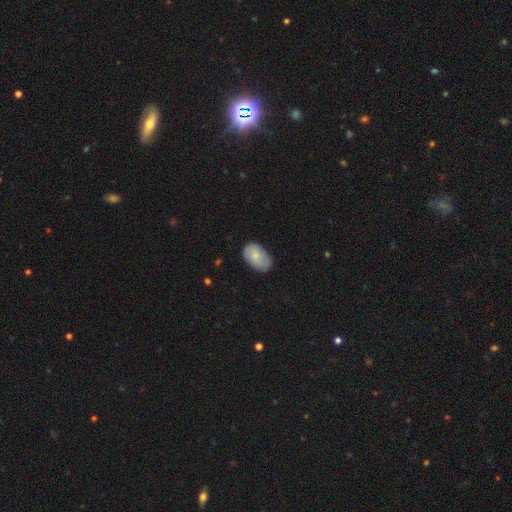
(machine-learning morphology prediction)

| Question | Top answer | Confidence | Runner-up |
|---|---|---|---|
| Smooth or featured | smooth | 76% | featured or disk (18%) |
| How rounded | in between | 90% | round (9%) |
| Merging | none | 71% | minor disturbance (23%) |